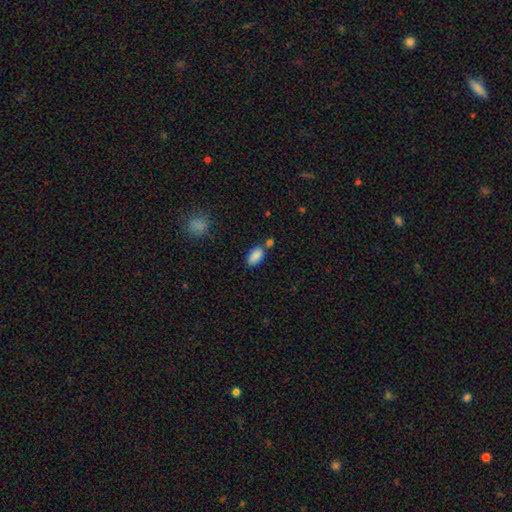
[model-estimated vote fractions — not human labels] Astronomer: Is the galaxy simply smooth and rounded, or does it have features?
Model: smooth — 87%.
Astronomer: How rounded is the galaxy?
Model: in between — 92%.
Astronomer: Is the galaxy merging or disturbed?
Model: none — 63%.